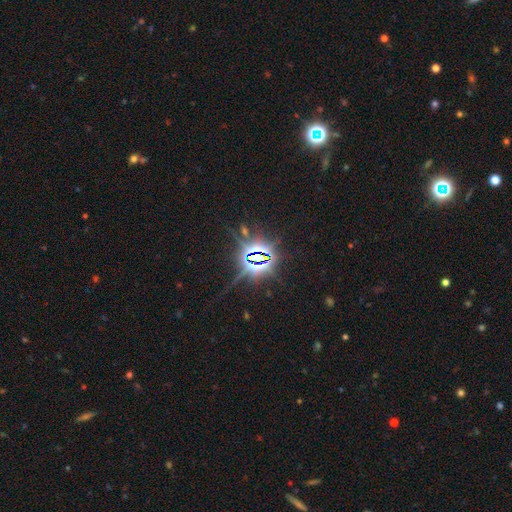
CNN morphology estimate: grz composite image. It shows a star or artifact, not a galaxy (85%).